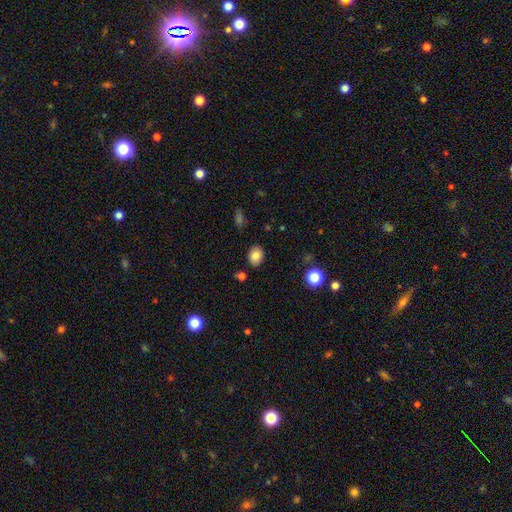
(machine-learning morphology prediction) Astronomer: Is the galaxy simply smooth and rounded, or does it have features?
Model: smooth — 82%.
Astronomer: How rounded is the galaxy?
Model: in between — 59% (runner-up: round, 40%).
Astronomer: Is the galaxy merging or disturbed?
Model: none — 86%.